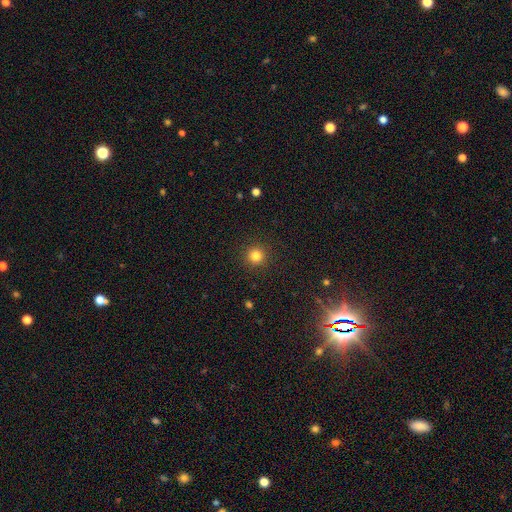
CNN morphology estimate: type=smooth (82%); roundness=round (95%); merging=none (92%).